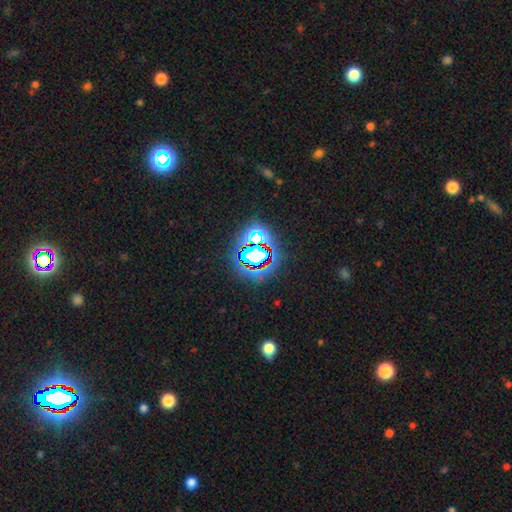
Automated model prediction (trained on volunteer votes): A star or artifact, not a galaxy (75%).

Vote fractions:
- Smooth or featured? star or artifact: 75% / smooth: 14% / featured or disk: 10%